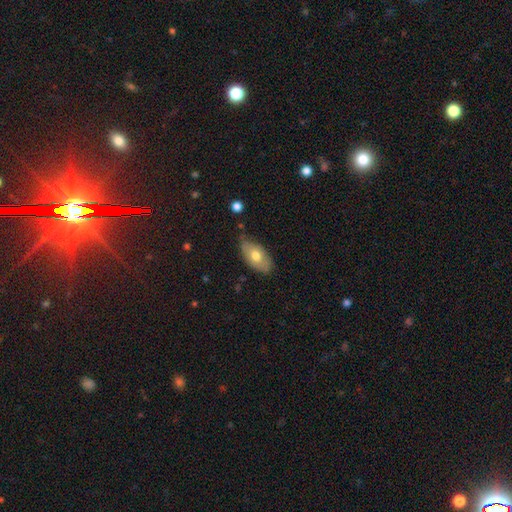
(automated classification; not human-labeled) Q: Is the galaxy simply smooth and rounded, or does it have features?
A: smooth — 68%.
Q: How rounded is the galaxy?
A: in between — 92%.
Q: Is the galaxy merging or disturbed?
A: none — 65%.